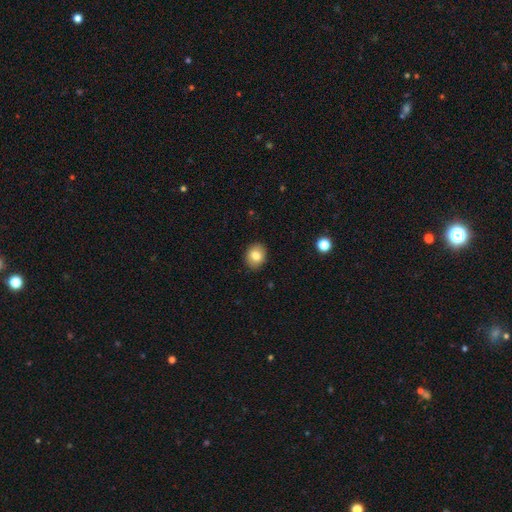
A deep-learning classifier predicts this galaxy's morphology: Q: Smooth or featured?
A: smooth (80%); runner-up: featured or disk (10%)
Q: How rounded?
A: round (59%); runner-up: in between (40%)
Q: Merging?
A: none (89%); runner-up: minor disturbance (8%)